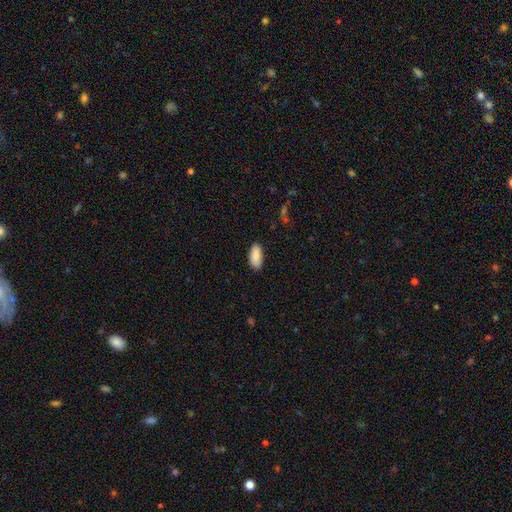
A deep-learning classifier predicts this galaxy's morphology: Smooth or featured?
  - smooth: 89% *
  - star or artifact: 6%
  - featured or disk: 4%
How rounded?
  - in between: 90% *
  - cigar-shaped: 8%
  - round: 2%
Merging?
  - none: 85% *
  - minor disturbance: 11%
  - major disturbance: 2%
  - merger: 1%